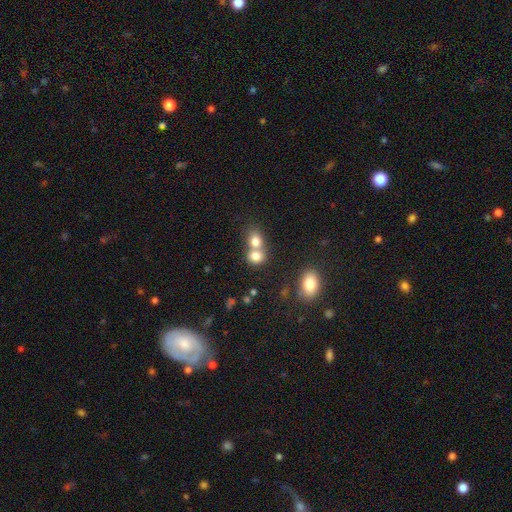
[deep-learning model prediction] A smooth galaxy with no disk features (80%) that is round (64%). Merging: merger (64%).